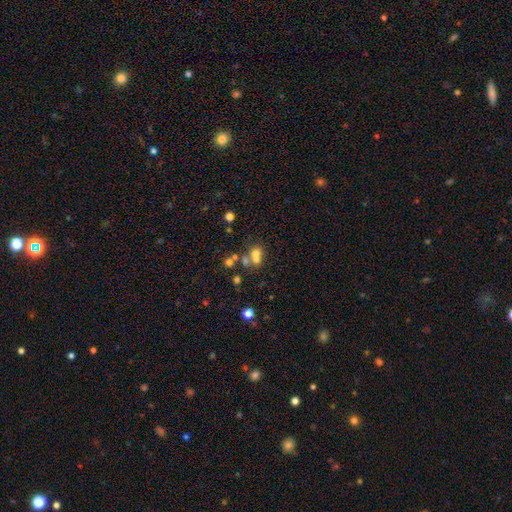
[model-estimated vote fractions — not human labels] A smooth galaxy with no disk features (56%) that is round (72%).

Vote fractions:
- Smooth or featured? smooth: 56% / featured or disk: 24% / star or artifact: 20%
- How rounded? round: 72% / in between: 27% / cigar-shaped: 1%
- Merging? merger: 53% / none: 35% / minor disturbance: 8% / major disturbance: 5%